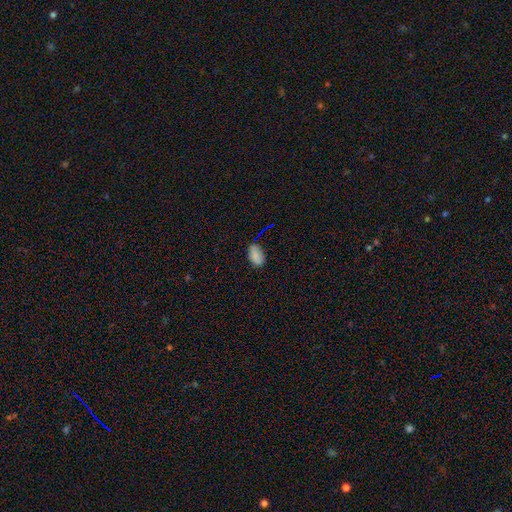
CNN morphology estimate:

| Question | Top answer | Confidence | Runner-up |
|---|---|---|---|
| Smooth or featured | smooth | 81% | star or artifact (12%) |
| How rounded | in between | 92% | round (6%) |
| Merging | none | 67% | minor disturbance (25%) |